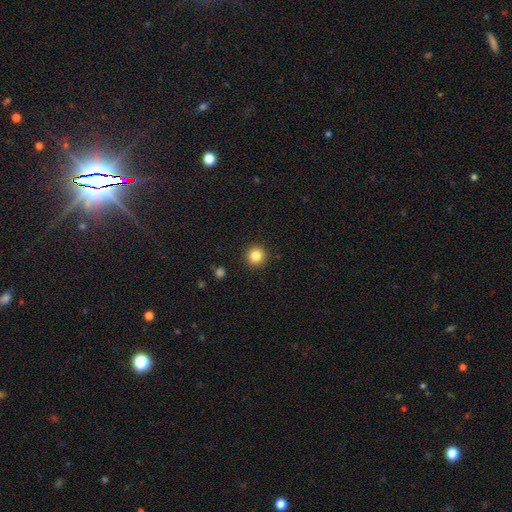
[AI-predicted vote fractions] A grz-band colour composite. It shows a smooth galaxy with no disk features (84%) that is round (95%). Merging: none (93%).